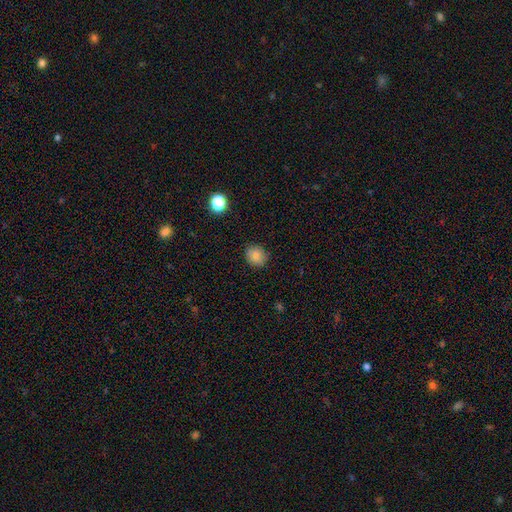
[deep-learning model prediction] smooth 81%, star or artifact 11%, featured or disk 9%. Down the decision tree: how rounded — round (83%); merging — none (87%).